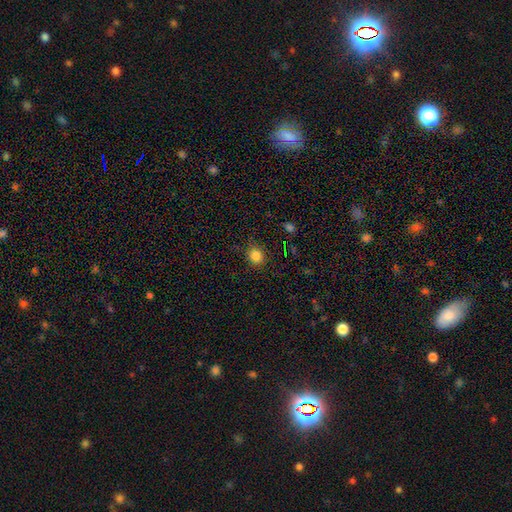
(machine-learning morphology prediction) Smooth or featured?
  - smooth: 83% *
  - star or artifact: 13%
  - featured or disk: 5%
How rounded?
  - round: 78% *
  - in between: 21%
  - cigar-shaped: 1%
Merging?
  - none: 87% *
  - minor disturbance: 9%
  - major disturbance: 3%
  - merger: 1%